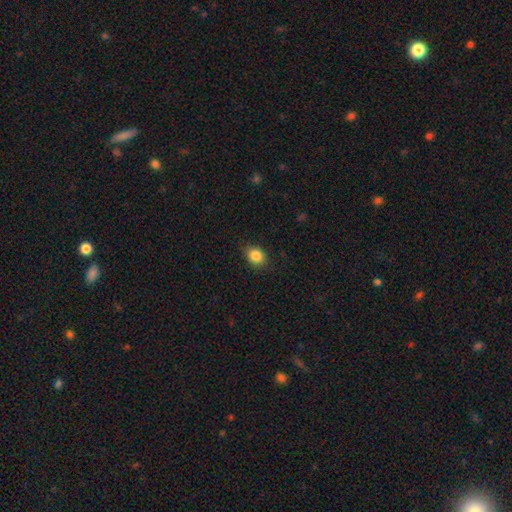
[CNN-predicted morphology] smooth_or_featured: smooth (p=0.86) [alt: star or artifact p=0.10]
how_rounded: in between (p=0.51) [alt: round p=0.48]
merging: none (p=0.86) [alt: minor disturbance p=0.11]